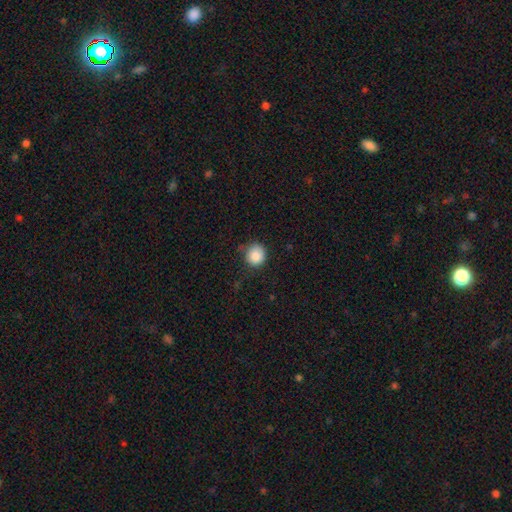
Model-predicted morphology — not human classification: Smooth or featured: smooth — 86% (star or artifact — 9%)
How rounded: round — 89% (in between — 10%)
Merging: none — 71% (minor disturbance — 22%)